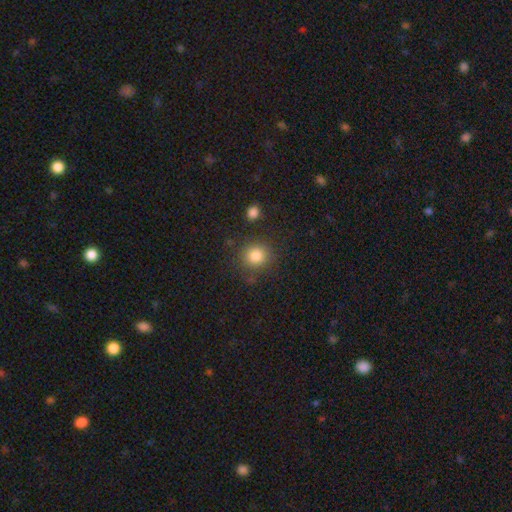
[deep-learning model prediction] This is clearly a smooth galaxy (84%). How rounded: clearly round (86%). Merging: clearly none (82%).